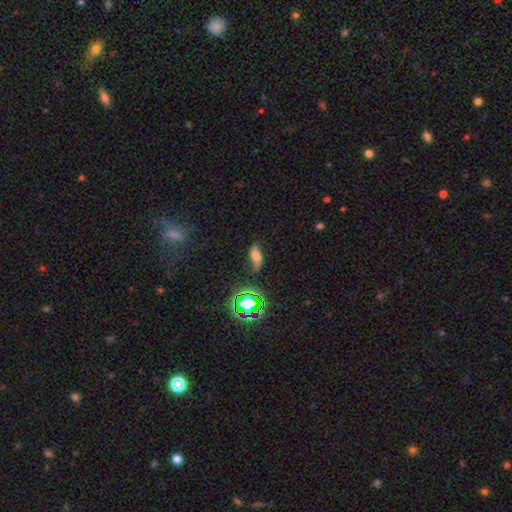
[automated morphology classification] Q: Smooth or featured?
A: smooth (40%); runner-up: featured or disk (37%)
Q: Merging?
A: none (58%); runner-up: minor disturbance (25%)